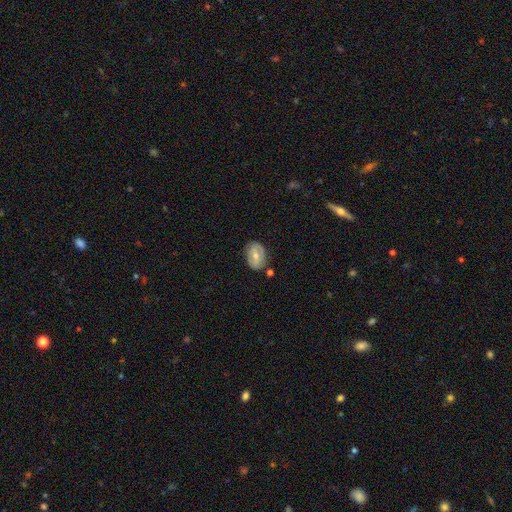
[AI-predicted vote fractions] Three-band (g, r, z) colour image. It shows a smooth galaxy with no disk features (52%) that is in between round and cigar-shaped (84%). Merging: none (72%).